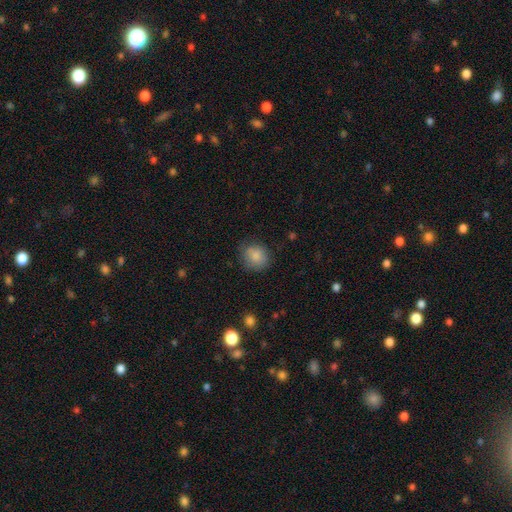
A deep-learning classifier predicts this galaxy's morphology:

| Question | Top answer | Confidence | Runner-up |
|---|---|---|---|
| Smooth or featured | smooth | 85% | star or artifact (9%) |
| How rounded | round | 75% | in between (24%) |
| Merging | none | 76% | minor disturbance (18%) |